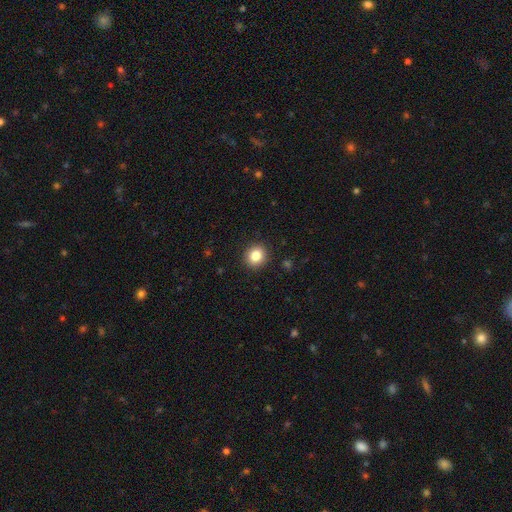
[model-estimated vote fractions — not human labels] Q: Smooth or featured?
A: smooth (85%); runner-up: star or artifact (10%)
Q: How rounded?
A: round (85%); runner-up: in between (14%)
Q: Merging?
A: none (91%); runner-up: minor disturbance (6%)